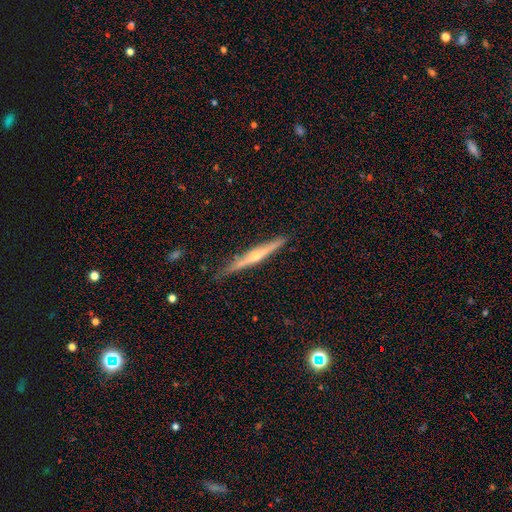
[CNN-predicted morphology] smooth-or-featured: featured or disk: 70% | smooth: 24% | star or artifact: 6%
  disk-edge-on: yes: 98% | no: 2%
    edge-on-bulge: rounded: 77% | none: 18% | boxy: 4%
  merging: none: 87% | minor disturbance: 10% | major disturbance: 2% | merger: 1%